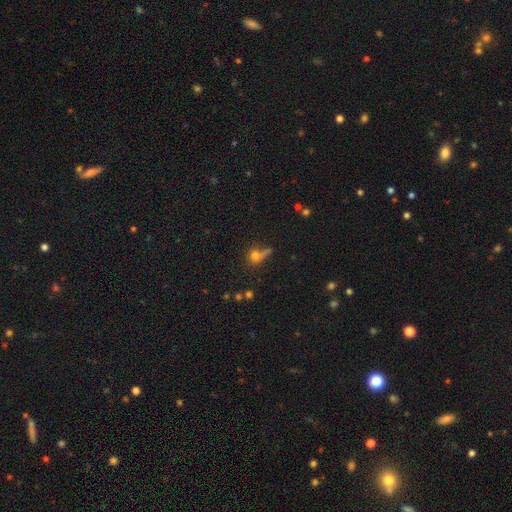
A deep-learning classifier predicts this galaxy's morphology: Smooth or featured? smooth (66%)
How rounded? round (62%)
Merging? none (43%)